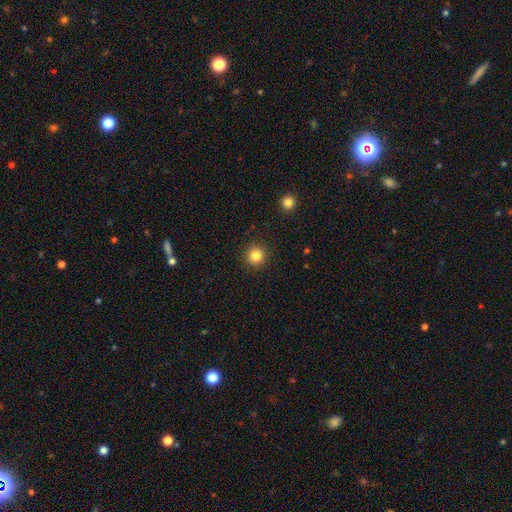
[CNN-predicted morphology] smooth_or_featured: smooth (p=0.83) [alt: star or artifact p=0.12]
how_rounded: round (p=0.94) [alt: in between p=0.05]
merging: none (p=0.91) [alt: minor disturbance p=0.05]